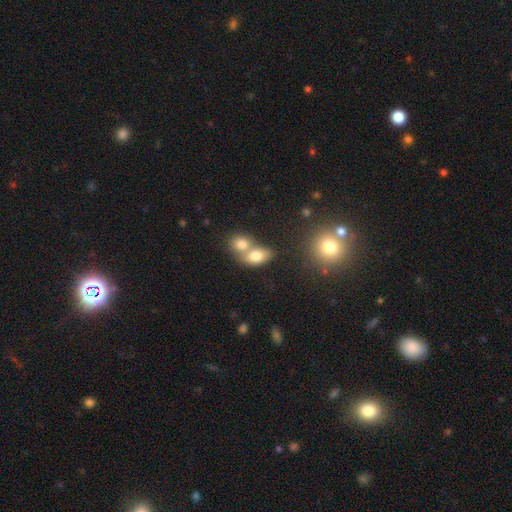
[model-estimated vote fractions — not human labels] smooth 76%, featured or disk 14%, star or artifact 10%. Down the decision tree: how rounded — in between (74%); merging — merger (62%).